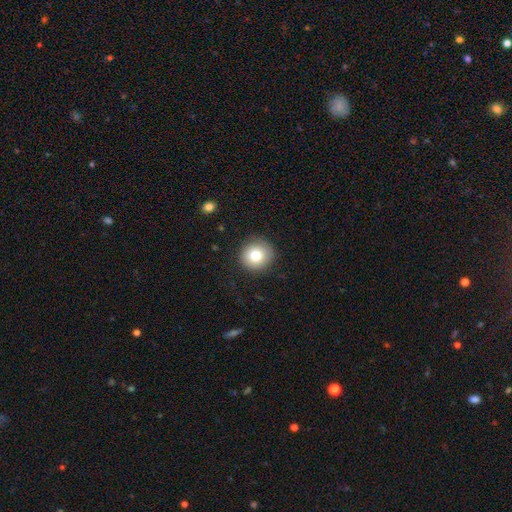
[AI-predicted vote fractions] smooth-or-featured: smooth: 77% | featured or disk: 12% | star or artifact: 10%
  how-rounded: round: 93% | in between: 6% | cigar-shaped: 1%
  merging: none: 88% | minor disturbance: 8% | major disturbance: 3% | merger: 1%